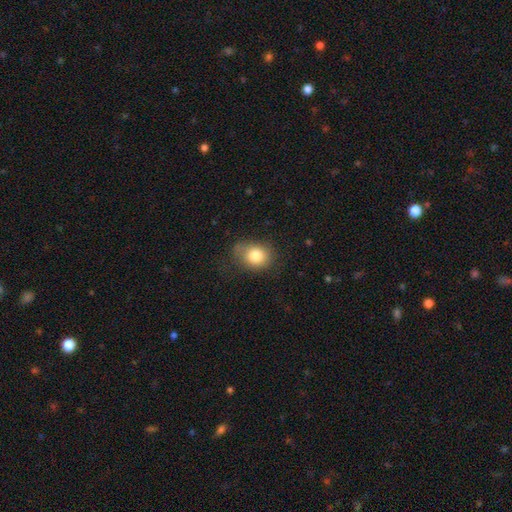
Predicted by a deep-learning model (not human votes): Smooth or featured: smooth — 81% (star or artifact — 10%)
How rounded: round — 54% (in between — 45%)
Merging: none — 62% (minor disturbance — 27%)